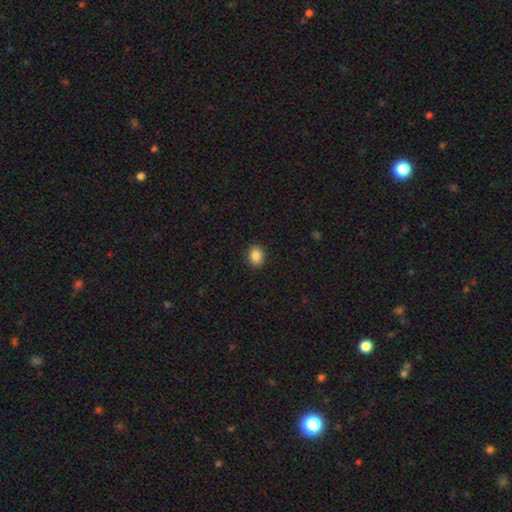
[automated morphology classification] A smooth galaxy with no disk features (87%) that is round (59%). Merging: none (91%).